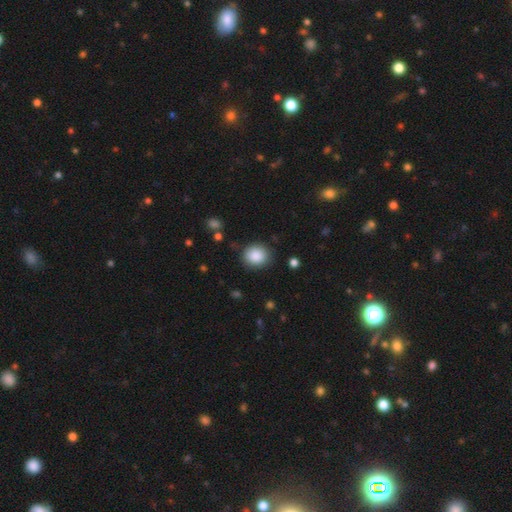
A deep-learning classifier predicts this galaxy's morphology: smooth-or-featured: smooth: 88% | star or artifact: 8% | featured or disk: 4%
  how-rounded: round: 80% | in between: 19% | cigar-shaped: 1%
  merging: none: 86% | minor disturbance: 9% | major disturbance: 3% | merger: 2%